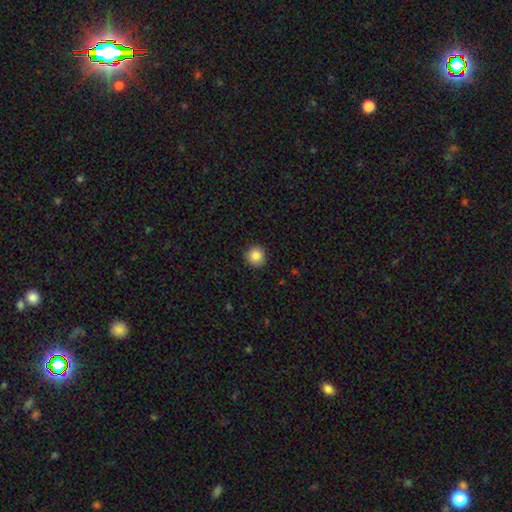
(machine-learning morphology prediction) This appears to be a smooth galaxy with no disk features (87%) that is round (94%). Merging: none (90%).